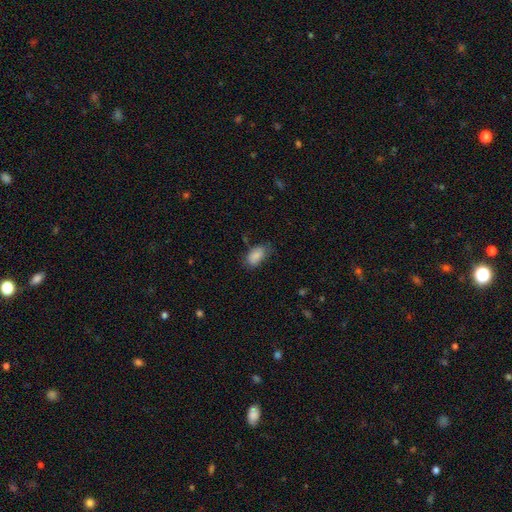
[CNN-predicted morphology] smooth-or-featured: smooth: 85% | star or artifact: 7% | featured or disk: 7%
  how-rounded: in between: 93% | round: 5% | cigar-shaped: 2%
  merging: none: 65% | minor disturbance: 26% | major disturbance: 7% | merger: 2%